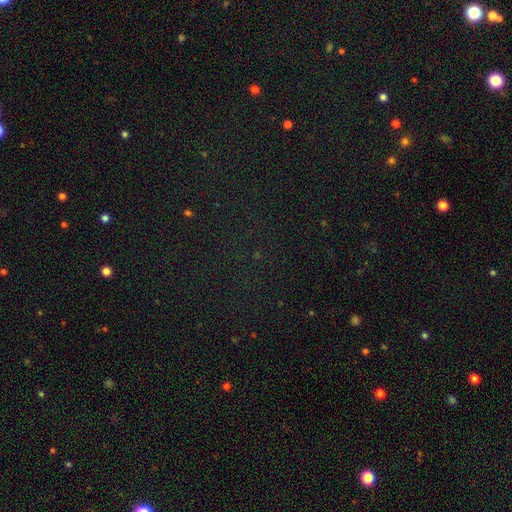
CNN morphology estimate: smooth-or-featured: star or artifact: 75% | smooth: 15% | featured or disk: 10%